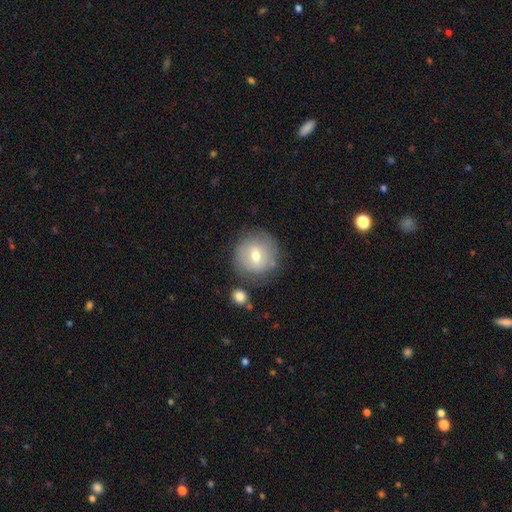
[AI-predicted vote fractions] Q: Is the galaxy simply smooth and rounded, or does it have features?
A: smooth — 59%.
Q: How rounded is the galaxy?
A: round — 89%.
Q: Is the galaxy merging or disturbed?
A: none — 74%.